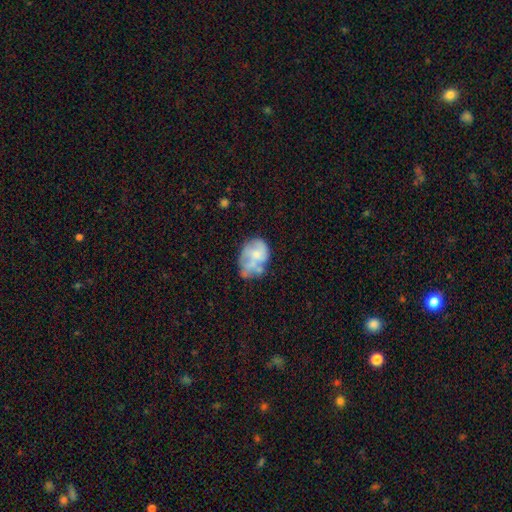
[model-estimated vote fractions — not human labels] Overall: featured or disk (46%, tied with smooth). Merging: none (34%; minor disturbance 30%).